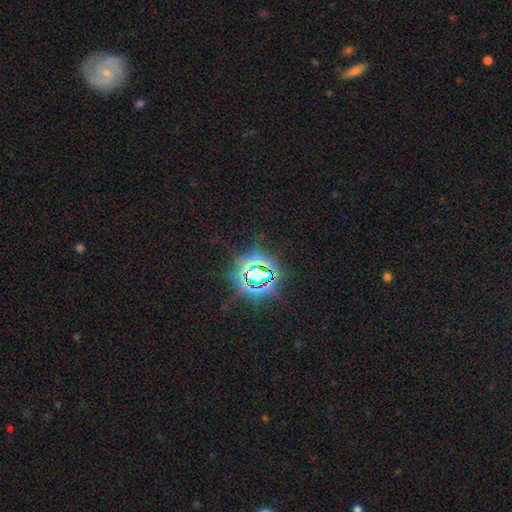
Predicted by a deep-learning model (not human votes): A star or artifact, not a galaxy (78%).